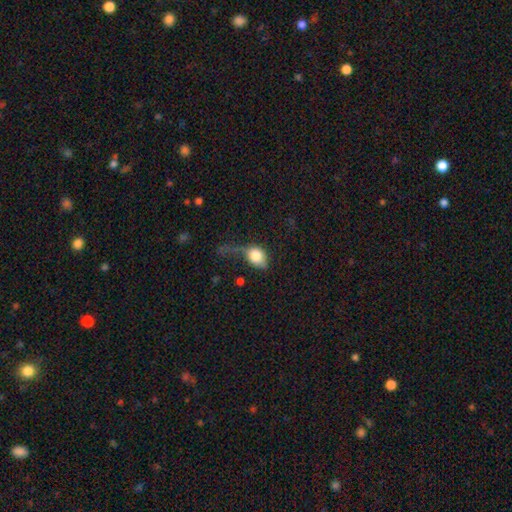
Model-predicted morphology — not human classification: The model was most divided on "merging": major disturbance: 45%, minor disturbance: 26%, none: 22%, merger: 7%. More confident: smooth or featured — smooth (77%); how rounded — in between (65%).